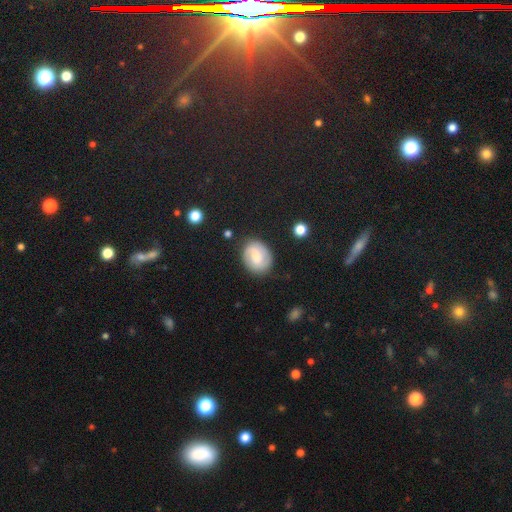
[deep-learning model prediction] Q: Smooth or featured?
A: featured or disk (49%); runner-up: smooth (44%)
Q: Merging?
A: none (81%); runner-up: minor disturbance (13%)